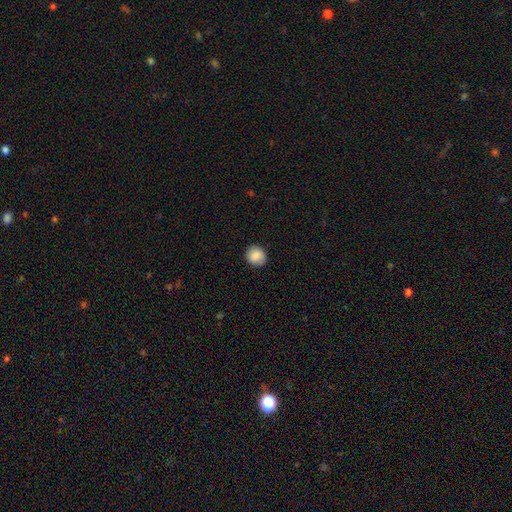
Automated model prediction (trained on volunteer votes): Smooth or featured: smooth — 84% (star or artifact — 8%)
How rounded: round — 84% (in between — 15%)
Merging: none — 87% (minor disturbance — 10%)